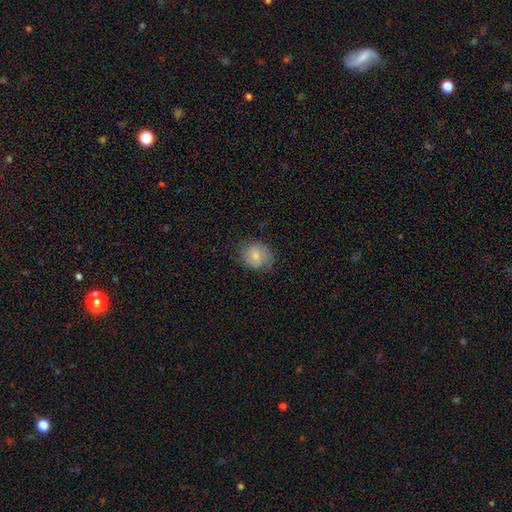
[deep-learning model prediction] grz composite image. It shows a smooth galaxy with no disk features (73%) that is round (62%). Merging: none (74%).